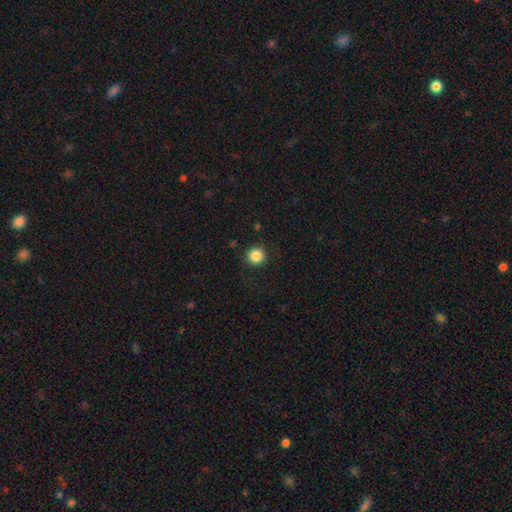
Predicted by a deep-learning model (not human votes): Q: Smooth or featured?
A: smooth (86%); runner-up: star or artifact (10%)
Q: How rounded?
A: round (94%); runner-up: in between (5%)
Q: Merging?
A: none (91%); runner-up: minor disturbance (6%)